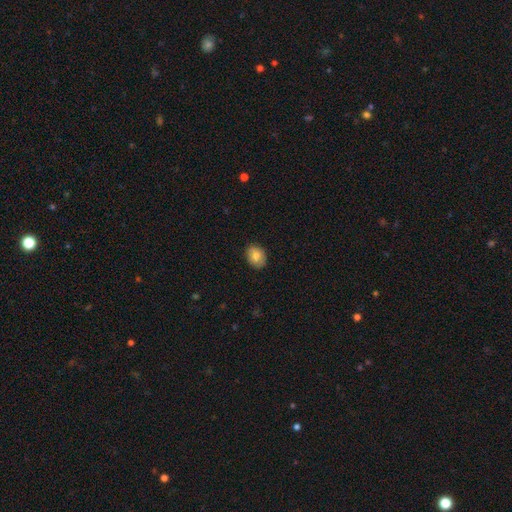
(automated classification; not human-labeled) Smooth or featured? Predicted: smooth (p=0.81). How rounded? Predicted: in between (p=0.64). Merging? Predicted: none (p=0.88).